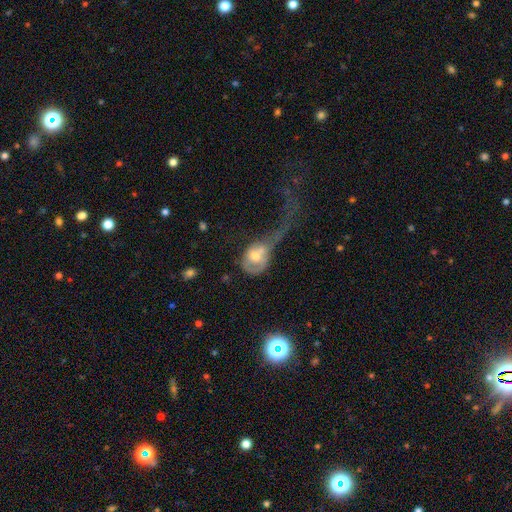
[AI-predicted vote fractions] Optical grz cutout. It shows a smooth galaxy with no disk features (54%) that is round (50%). Merging: major disturbance (49%).